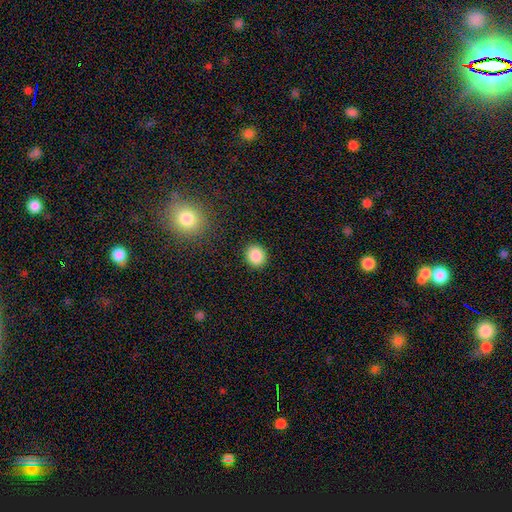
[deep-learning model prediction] Q: Smooth or featured?
A: smooth (87%); runner-up: star or artifact (9%)
Q: How rounded?
A: round (73%); runner-up: in between (26%)
Q: Merging?
A: none (90%); runner-up: minor disturbance (6%)